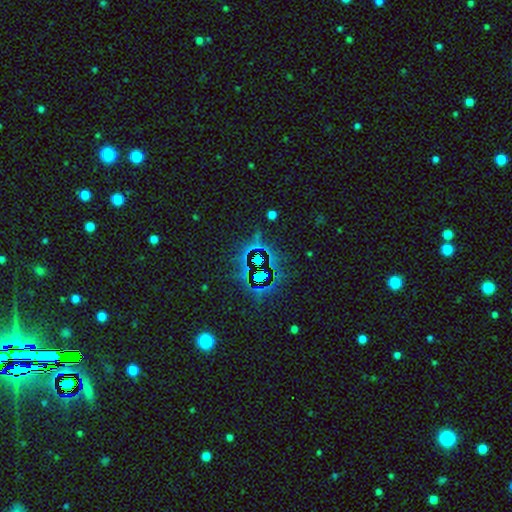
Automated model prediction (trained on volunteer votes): smooth-or-featured: star or artifact: 78% | smooth: 12% | featured or disk: 10%